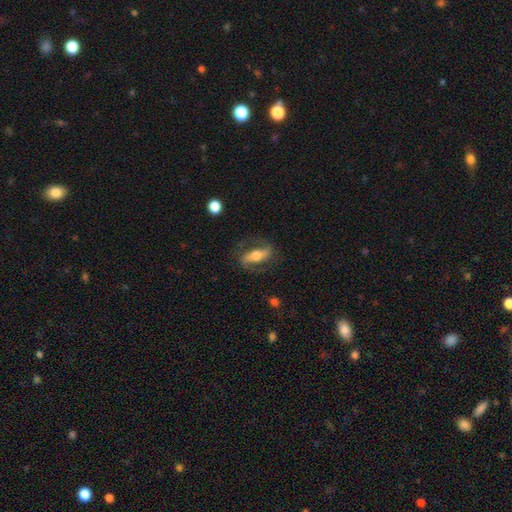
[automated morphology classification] This appears to be a featured or disk galaxy (68%) with a strong bar (60%), spiral arms (76%) and a moderate central bulge (65%). Merging: none (73%).